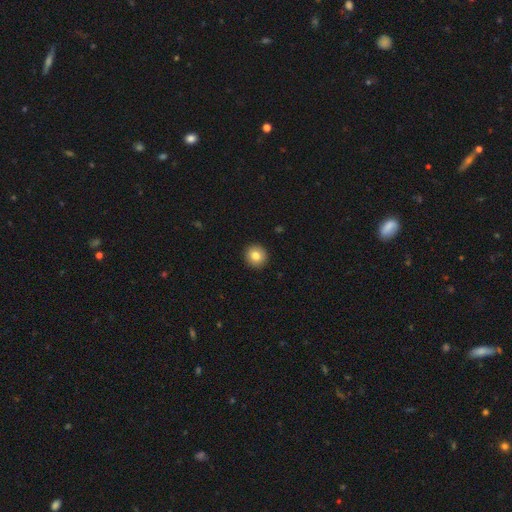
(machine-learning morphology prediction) A smooth galaxy with no disk features (82%) that is round (95%). Merging: none (93%).